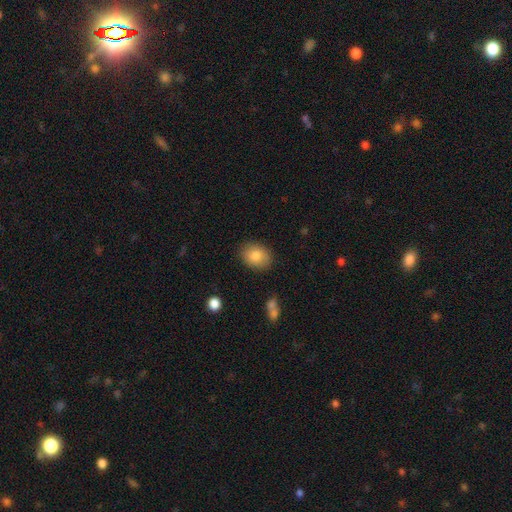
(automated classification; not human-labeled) A smooth galaxy with no disk features (83%) that is in between round and cigar-shaped (61%).

Vote fractions:
- Smooth or featured? smooth: 83% / featured or disk: 9% / star or artifact: 8%
- How rounded? in between: 61% / round: 38% / cigar-shaped: 1%
- Merging? none: 86% / minor disturbance: 10% / major disturbance: 3% / merger: 2%